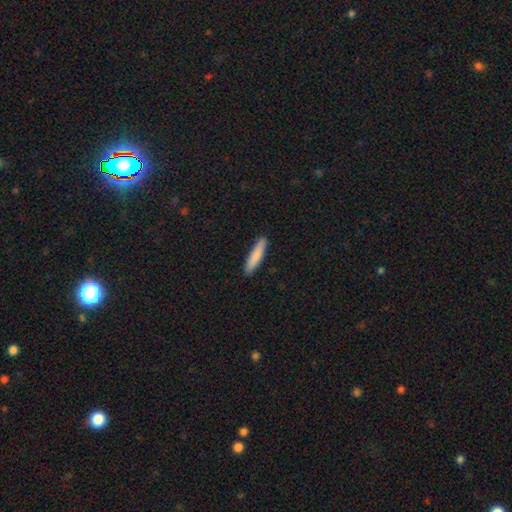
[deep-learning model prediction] Smooth or featured? smooth (85%)
How rounded? cigar-shaped (86%)
Merging? none (90%)